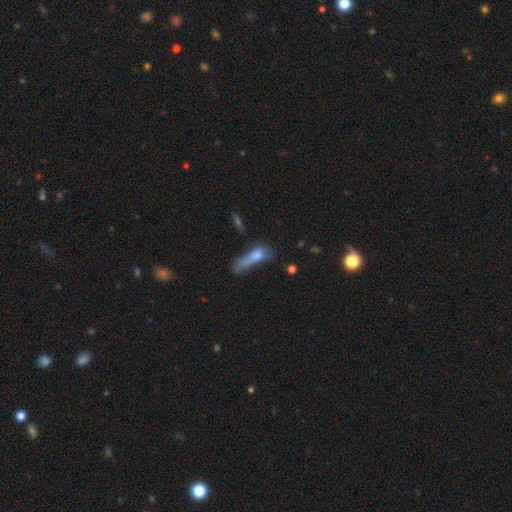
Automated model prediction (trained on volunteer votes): smooth-or-featured: smooth: 58% | featured or disk: 27% | star or artifact: 15%
  how-rounded: cigar-shaped: 52% | in between: 39% | round: 9%
  merging: major disturbance: 39% | none: 23% | merger: 19% | minor disturbance: 19%